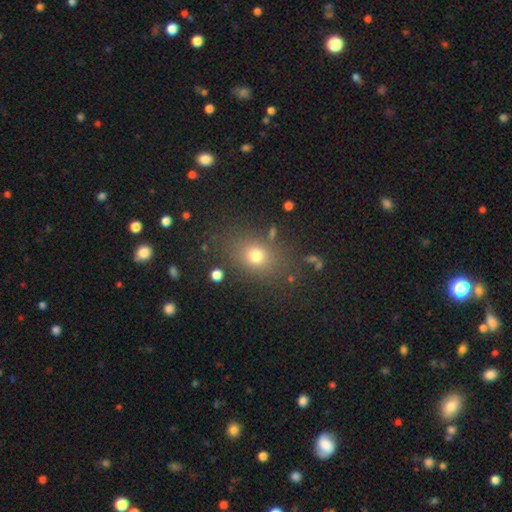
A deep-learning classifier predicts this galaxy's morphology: Smooth or featured: smooth — 74% (star or artifact — 16%)
How rounded: in between — 51% (round — 47%)
Merging: none — 78% (minor disturbance — 12%)